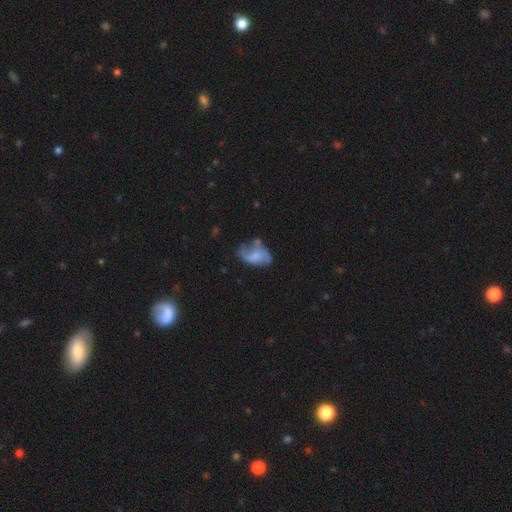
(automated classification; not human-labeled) smooth-or-featured: featured or disk: 60% | smooth: 32% | star or artifact: 8%
  disk-edge-on: no: 96% | yes: 4%
    bar: no: 65% | weak: 30% | strong: 6%
    has-spiral-arms: yes: 78% | no: 22%
    bulge-size: none: 34% | small: 33% | moderate: 25% | large: 7% | dominant: 2%
  merging: none: 43% | minor disturbance: 27% | major disturbance: 21% | merger: 9%